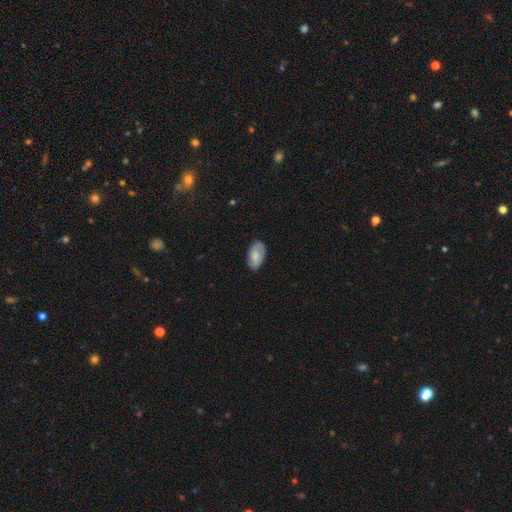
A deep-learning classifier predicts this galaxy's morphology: type=smooth (69%); roundness=in between (94%); merging=none (79%).